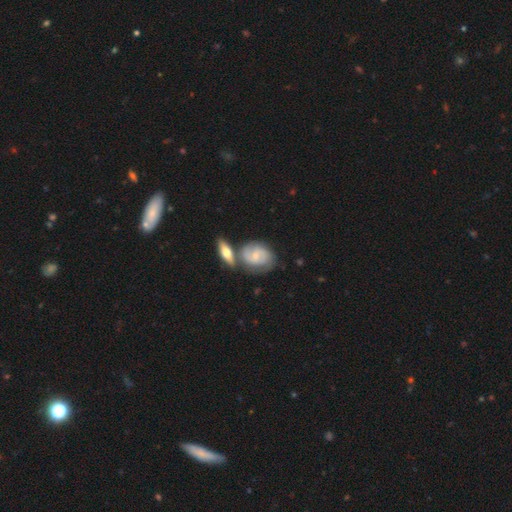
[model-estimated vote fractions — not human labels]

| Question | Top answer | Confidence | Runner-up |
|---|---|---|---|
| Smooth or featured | featured or disk | 69% | smooth (25%) |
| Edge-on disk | no | 95% | yes (5%) |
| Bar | no | 60% | weak (34%) |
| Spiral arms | yes | 90% | no (10%) |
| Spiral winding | tight | 46% | medium (40%) |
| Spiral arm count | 2 | 63% | can't tell (19%) |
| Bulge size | small | 66% | moderate (28%) |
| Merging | none | 53% | merger (25%) |